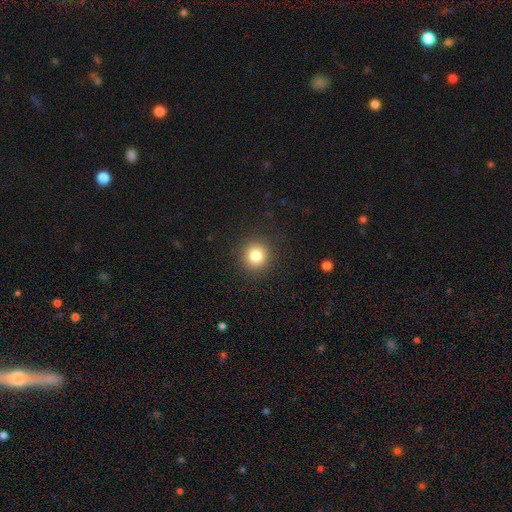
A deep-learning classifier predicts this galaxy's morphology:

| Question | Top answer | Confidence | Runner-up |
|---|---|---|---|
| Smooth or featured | smooth | 83% | star or artifact (11%) |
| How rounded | round | 93% | in between (6%) |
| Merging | none | 91% | minor disturbance (6%) |